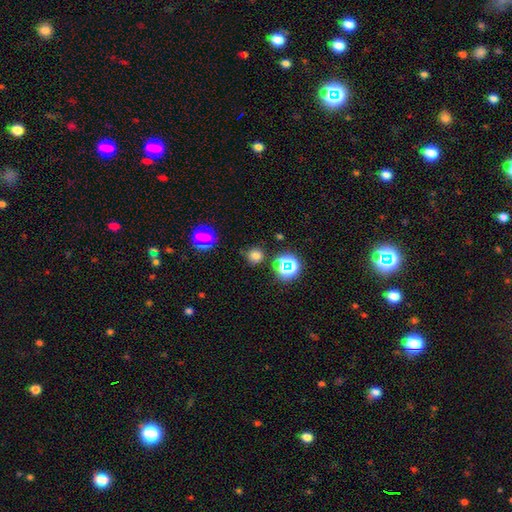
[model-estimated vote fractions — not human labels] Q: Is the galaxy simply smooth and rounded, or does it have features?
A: smooth — 72%.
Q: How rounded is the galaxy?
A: round — 91%.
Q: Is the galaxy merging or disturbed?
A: none — 81%.